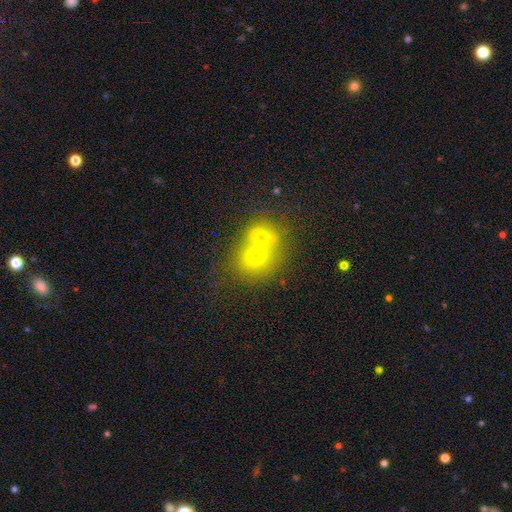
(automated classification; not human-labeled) A smooth galaxy with no disk features (66%) that is round (66%). Merging: merger (66%).